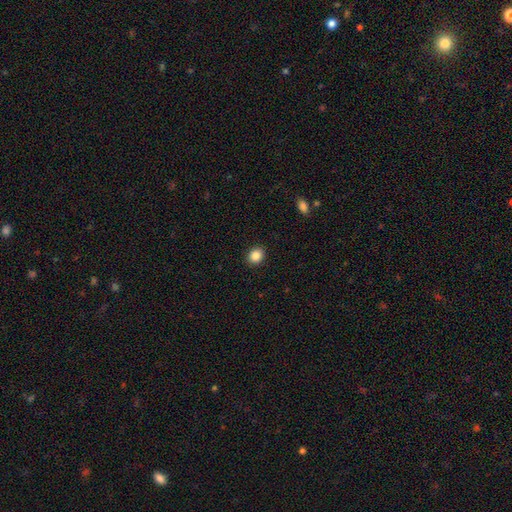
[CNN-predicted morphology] Smooth or featured? smooth (86%)
How rounded? round (72%)
Merging? none (91%)